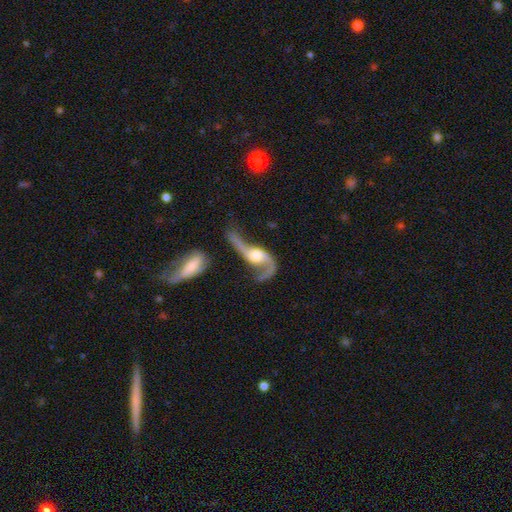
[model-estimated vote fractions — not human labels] Smooth or featured? featured or disk (87%)
Edge-on disk? no (93%)
Bar? no (59%)
Spiral arms? yes (95%)
Spiral winding? loose (82%)
Spiral arm count? 2 (86%)
Bulge size? moderate (56%)
Merging? none (44%)